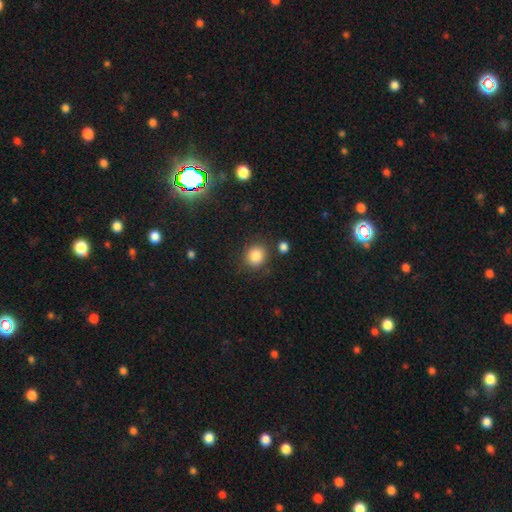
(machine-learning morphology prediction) smooth 85%, star or artifact 10%, featured or disk 5%. Down the decision tree: how rounded — round (80%); merging — none (82%).